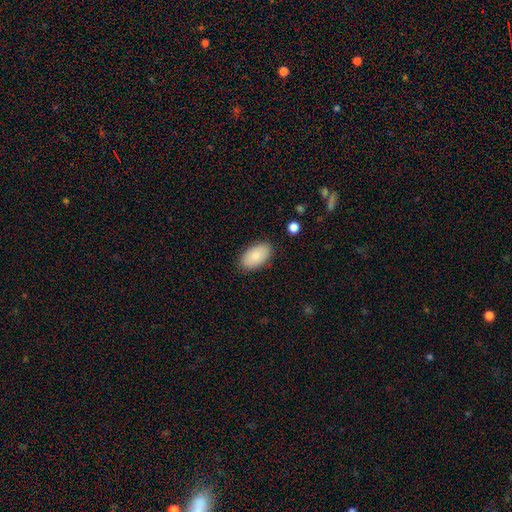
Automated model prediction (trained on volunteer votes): A smooth galaxy with no disk features (86%) that is in between round and cigar-shaped (95%). Merging: none (86%).